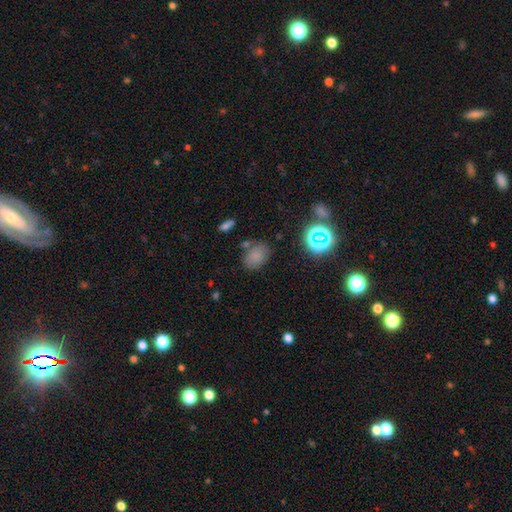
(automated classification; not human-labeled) Smooth or featured: smooth — 75% (star or artifact — 17%)
How rounded: in between — 75% (round — 24%)
Merging: none — 70% (minor disturbance — 16%)